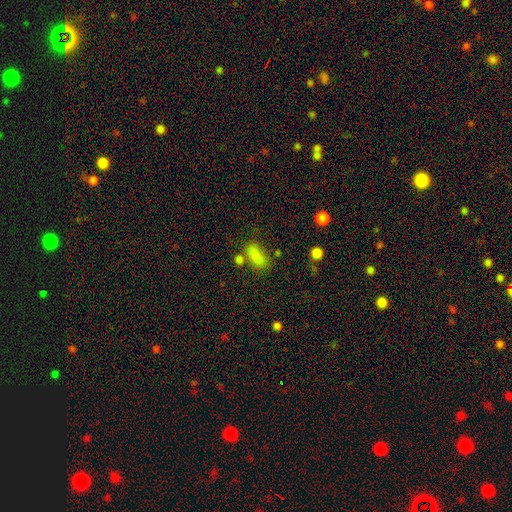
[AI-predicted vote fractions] Q: Smooth or featured?
A: smooth (81%); runner-up: star or artifact (13%)
Q: How rounded?
A: in between (78%); runner-up: cigar-shaped (16%)
Q: Merging?
A: none (61%); runner-up: minor disturbance (18%)